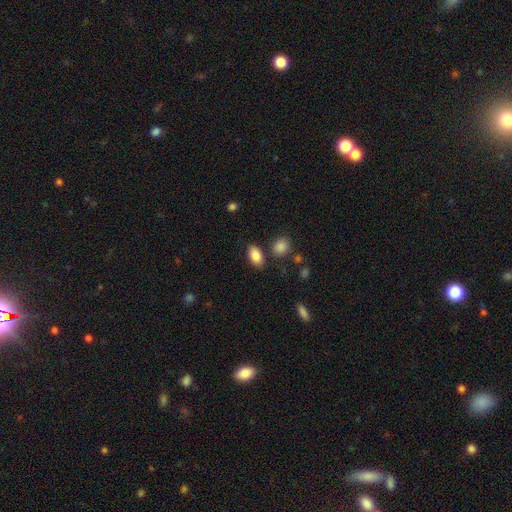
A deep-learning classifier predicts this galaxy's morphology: smooth-or-featured: smooth: 85% | star or artifact: 8% | featured or disk: 7%
  how-rounded: in between: 91% | round: 7% | cigar-shaped: 2%
  merging: none: 80% | minor disturbance: 11% | merger: 6% | major disturbance: 3%